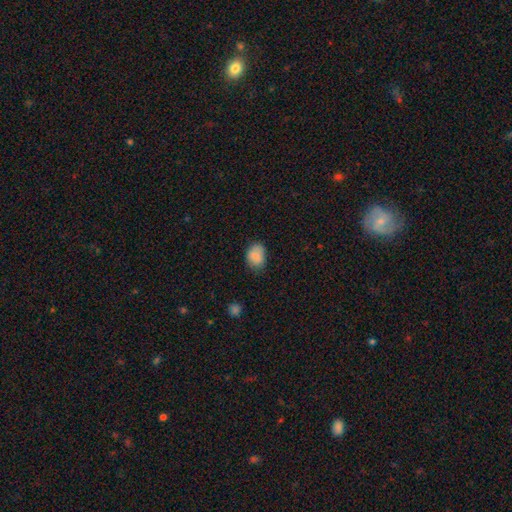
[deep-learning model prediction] This is clearly a smooth galaxy (86%). How rounded: likely in between (71%). Merging: likely none (71%).